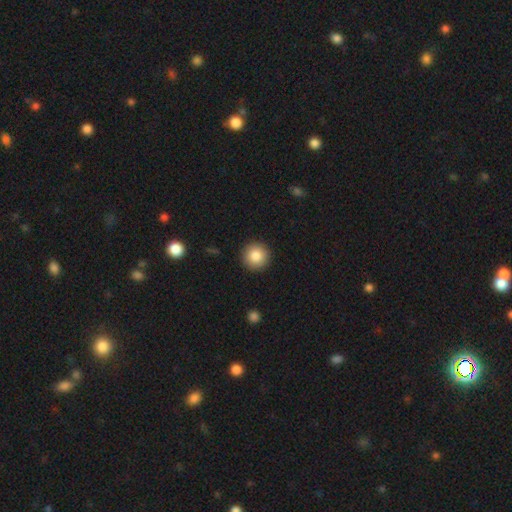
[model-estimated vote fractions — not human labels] Smooth or featured? smooth (85%)
How rounded? round (96%)
Merging? none (92%)